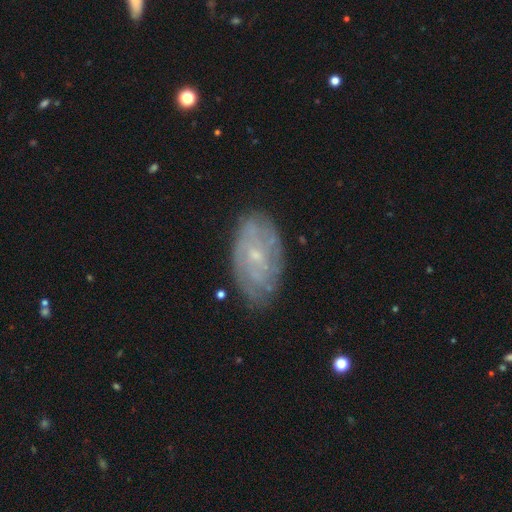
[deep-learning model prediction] Morphology: type=featured or disk (68%); edge-on=no (94%); bar=no (64%); spiral arms=yes (76%); bulge=small (73%); merging=none (77%).